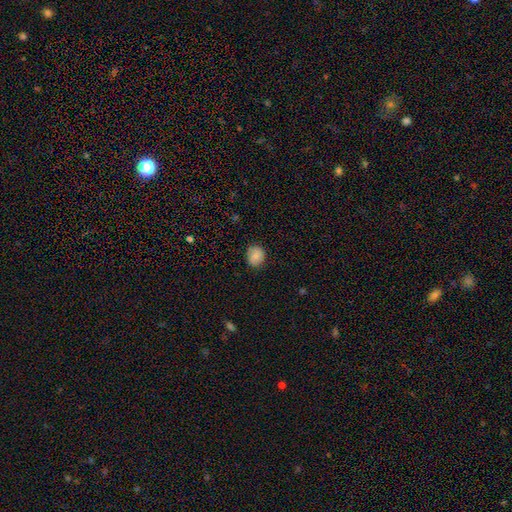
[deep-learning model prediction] Smooth or featured: smooth — 81% (featured or disk — 11%)
How rounded: round — 75% (in between — 24%)
Merging: none — 82% (minor disturbance — 15%)